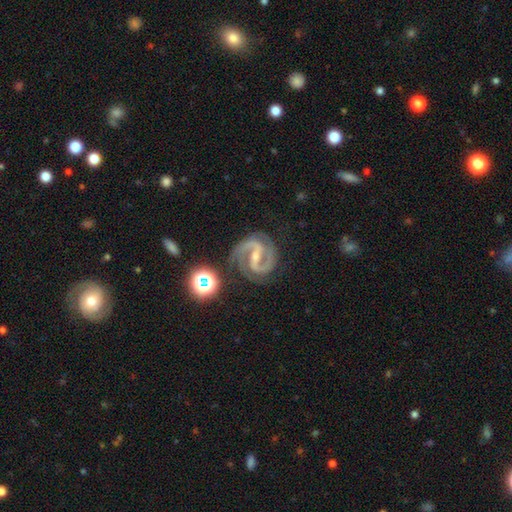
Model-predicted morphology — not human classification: Overall: featured or disk (92%). Edge-on disk: no (98%). Bar: strong (56%; weak 33%). Spiral arms: yes (99%). Spiral arm count: 2 (93%). Spiral winding: medium (61%; tight 30%). Bulge size: small (61%; moderate 33%). Merging: none (81%).